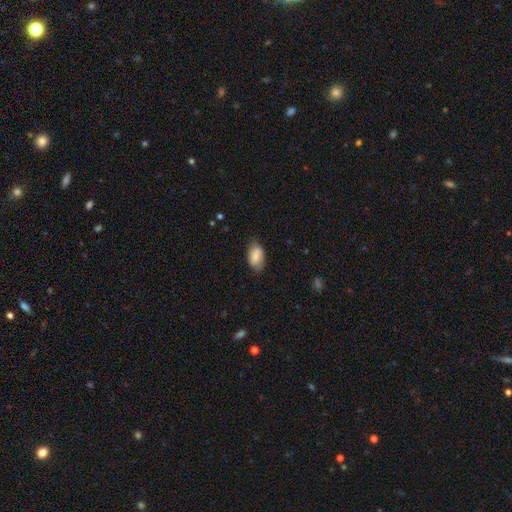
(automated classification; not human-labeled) The model was most divided on "merging": none: 70%, minor disturbance: 24%, major disturbance: 5%, merger: 2%. More confident: how rounded — in between (92%); smooth or featured — smooth (82%).